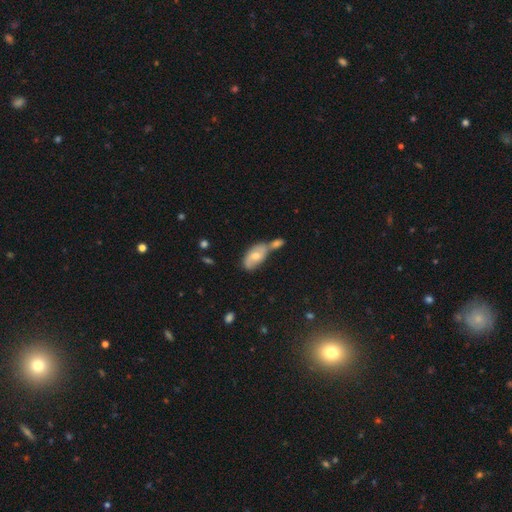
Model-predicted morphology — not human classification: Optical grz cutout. It shows a smooth galaxy with no disk features (56%) that is in between round and cigar-shaped (91%). Merging: merger (52%).